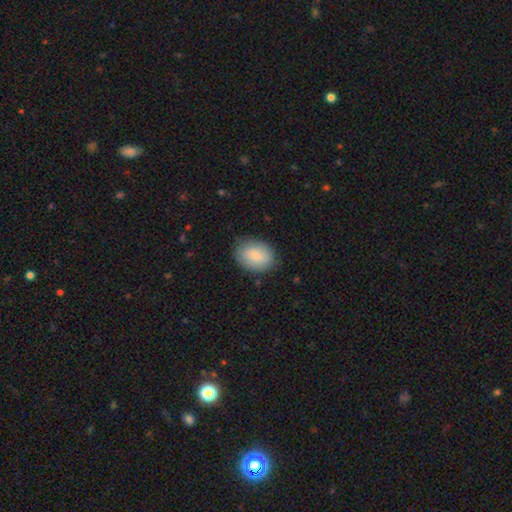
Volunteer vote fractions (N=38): Volunteers were most divided on "how rounded" (2-way tie): round: 50%, in between: 50%, cigar-shaped: 0%. More confident: merging — none (92%); smooth or featured — smooth (89%).